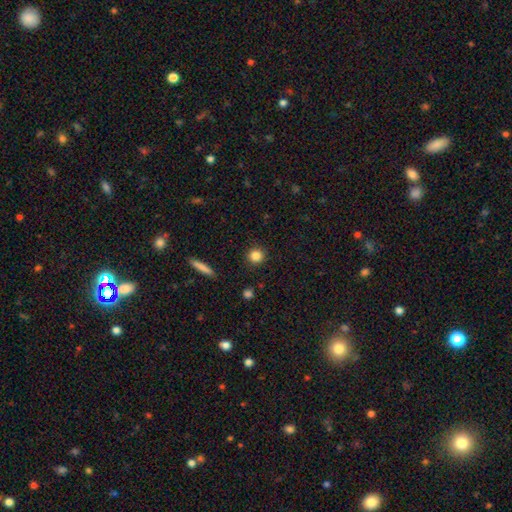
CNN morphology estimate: Smooth or featured: smooth — 84% (star or artifact — 10%)
How rounded: round — 92% (in between — 7%)
Merging: none — 91% (minor disturbance — 6%)